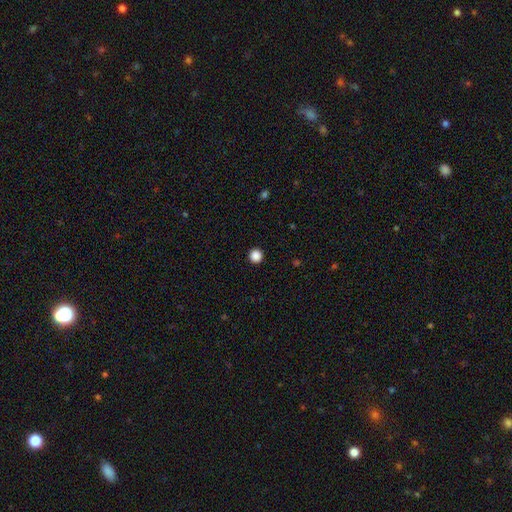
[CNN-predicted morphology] Smooth or featured? Predicted: smooth (p=0.87). How rounded? Predicted: round (p=0.96). Merging? Predicted: none (p=0.94).